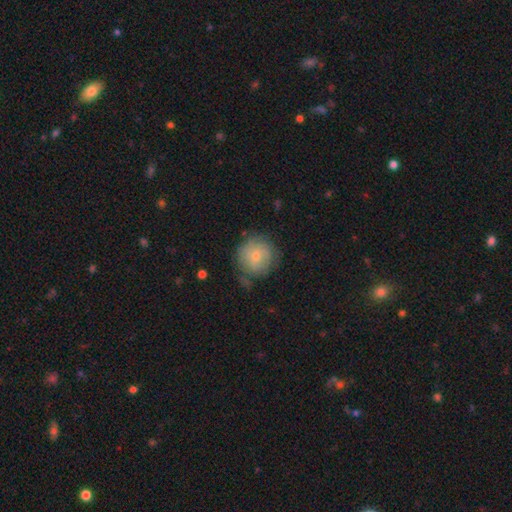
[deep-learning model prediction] Smooth or featured?
  - smooth: 59% *
  - featured or disk: 34%
  - star or artifact: 8%
How rounded?
  - round: 92% *
  - in between: 7%
  - cigar-shaped: 1%
Merging?
  - none: 67% *
  - minor disturbance: 22%
  - major disturbance: 9%
  - merger: 2%